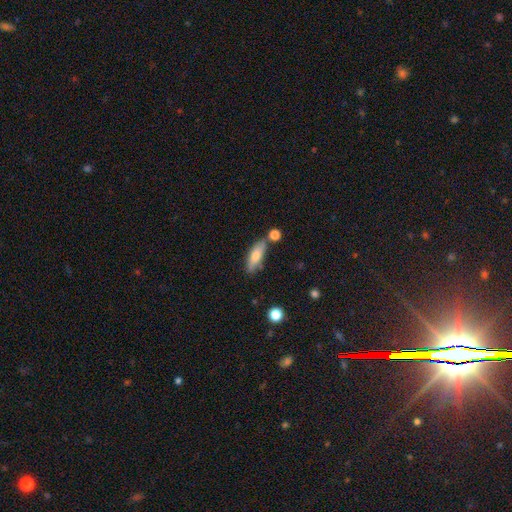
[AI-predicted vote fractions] This appears to be a smooth galaxy with no disk features (69%) that is in between round and cigar-shaped (56%). Merging: none (65%).